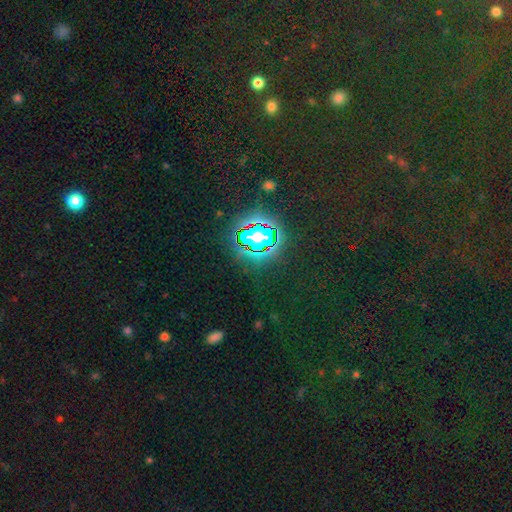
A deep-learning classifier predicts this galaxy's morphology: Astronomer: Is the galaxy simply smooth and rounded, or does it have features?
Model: star or artifact — 83%.